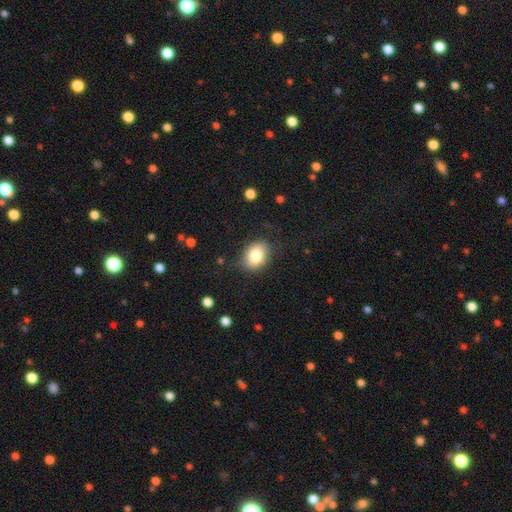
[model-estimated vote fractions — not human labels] A smooth galaxy with no disk features (81%) that is in between round and cigar-shaped (68%).

Vote fractions:
- Smooth or featured? smooth: 81% / featured or disk: 11% / star or artifact: 8%
- How rounded? in between: 68% / round: 31% / cigar-shaped: 1%
- Merging? none: 79% / minor disturbance: 15% / major disturbance: 5% / merger: 1%